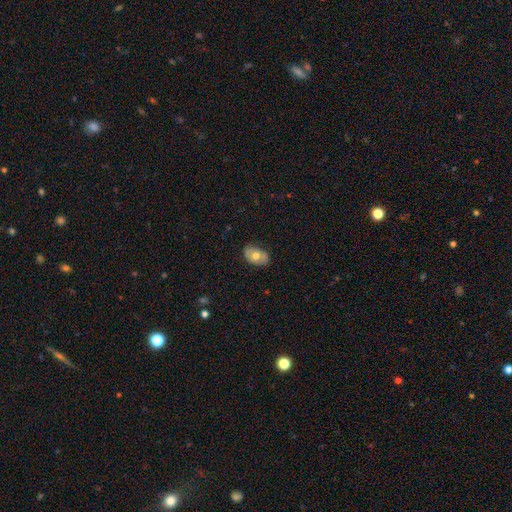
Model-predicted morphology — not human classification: smooth_or_featured: smooth (p=0.63) [alt: featured or disk p=0.30]
how_rounded: in between (p=0.88) [alt: round p=0.11]
merging: none (p=0.82) [alt: minor disturbance p=0.15]